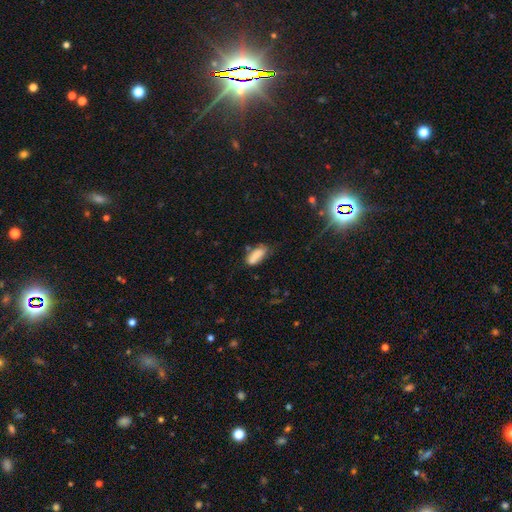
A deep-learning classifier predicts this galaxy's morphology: type=smooth (84%); roundness=in between (80%); merging=none (58%).